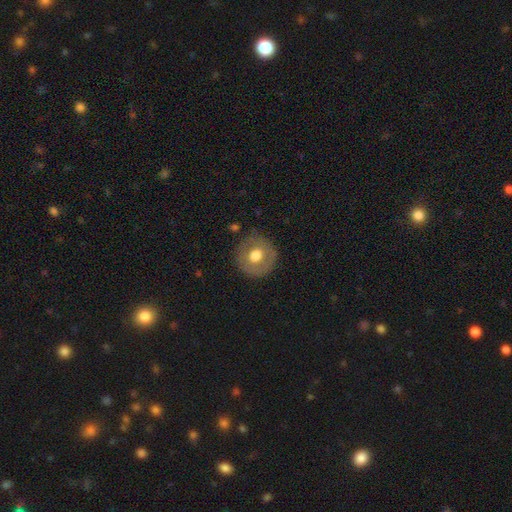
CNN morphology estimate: This is possibly a smooth galaxy (59%). How rounded: clearly round (92%). Merging: clearly none (84%).